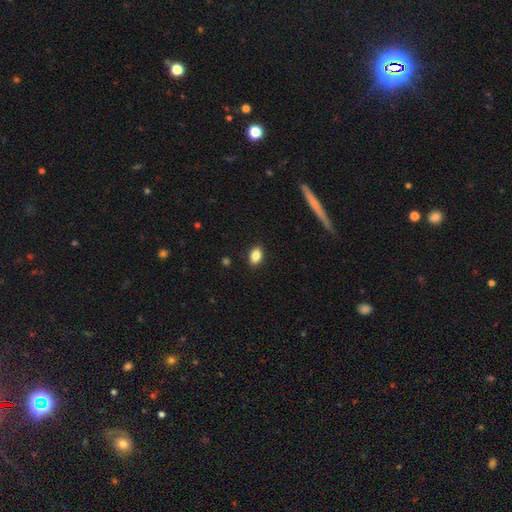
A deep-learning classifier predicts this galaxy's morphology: This appears to be a smooth galaxy with no disk features (85%) that is in between round and cigar-shaped (85%). Merging: none (89%).